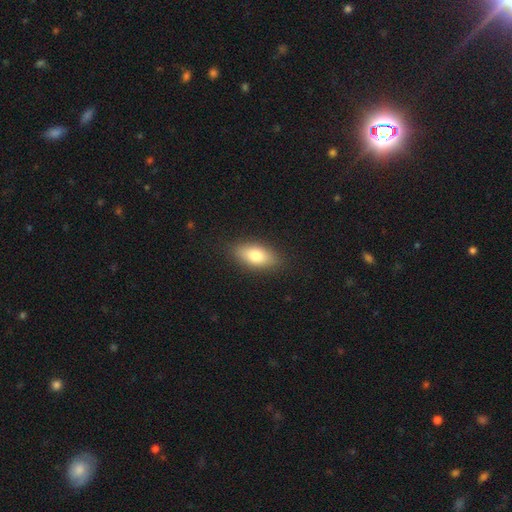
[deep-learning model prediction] Morphology: type=smooth (78%); roundness=in between (86%); merging=none (88%).